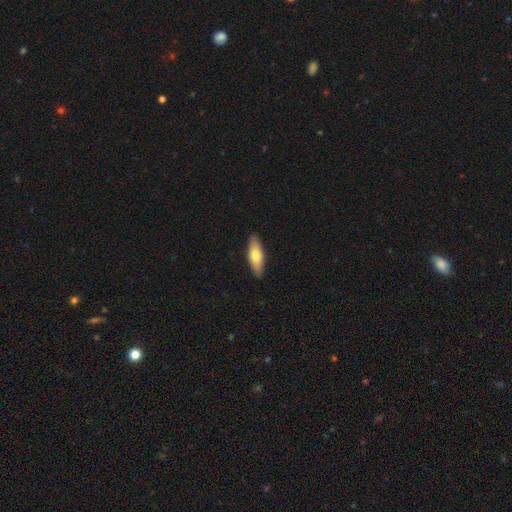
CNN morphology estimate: smooth_or_featured: smooth (p=0.68) [alt: featured or disk p=0.27]
how_rounded: in between (p=0.61) [alt: cigar-shaped p=0.37]
merging: none (p=0.89) [alt: minor disturbance p=0.08]